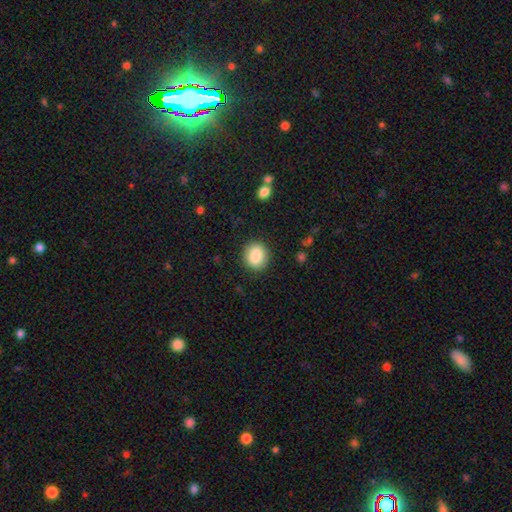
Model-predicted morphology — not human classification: Smooth or featured? smooth (87%)
How rounded? round (75%)
Merging? none (88%)